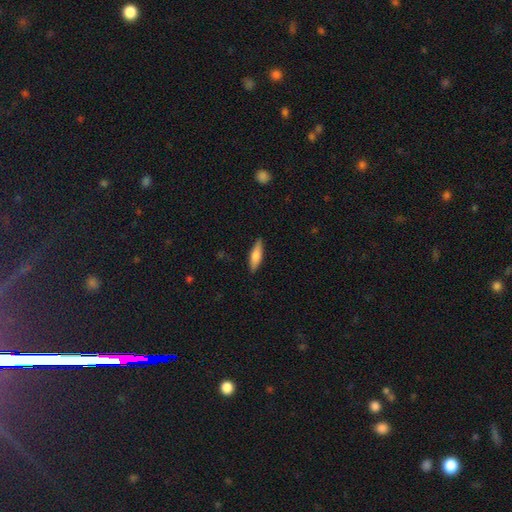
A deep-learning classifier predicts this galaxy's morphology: type=smooth (67%); roundness=cigar-shaped (61%); merging=none (88%).